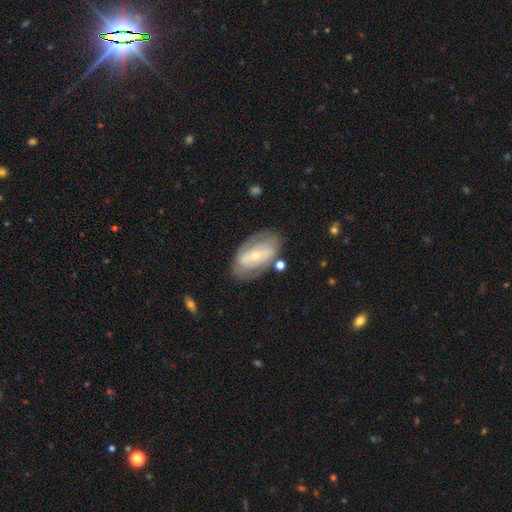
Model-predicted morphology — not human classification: Smooth or featured? featured or disk (70%)
Edge-on disk? no (93%)
Bar? no (39%)
Spiral arms? yes (67%)
Bulge size? small (56%)
Merging? none (72%)